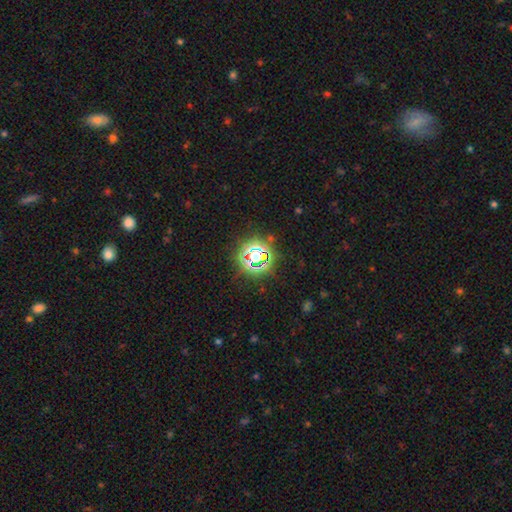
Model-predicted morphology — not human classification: Smooth or featured?
  - star or artifact: 69% *
  - smooth: 21%
  - featured or disk: 10%